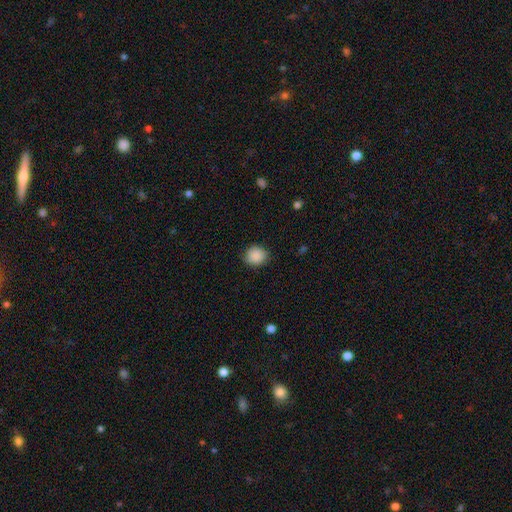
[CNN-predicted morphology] Q: Smooth or featured?
A: smooth (89%); runner-up: star or artifact (8%)
Q: How rounded?
A: round (83%); runner-up: in between (16%)
Q: Merging?
A: none (87%); runner-up: minor disturbance (10%)